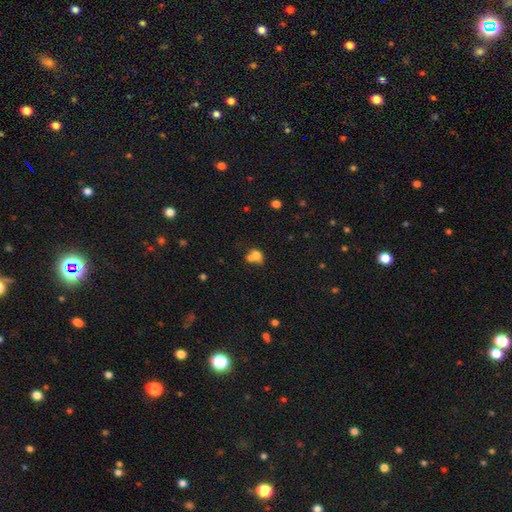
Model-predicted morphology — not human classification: Smooth or featured: smooth — 69% (featured or disk — 18%)
How rounded: in between — 50% (round — 48%)
Merging: merger — 59% (none — 25%)